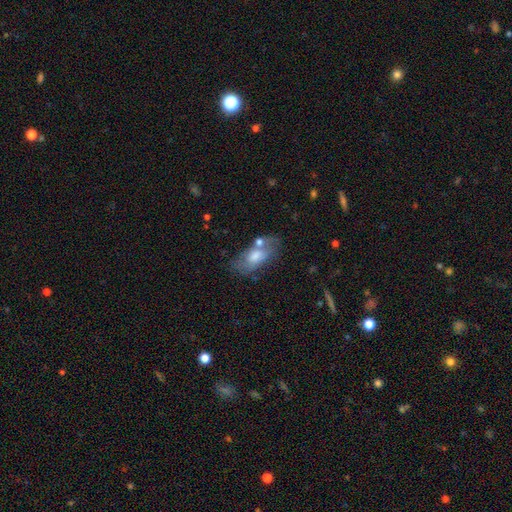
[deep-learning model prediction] Smooth or featured?
  - smooth: 58% *
  - featured or disk: 34%
  - star or artifact: 8%
How rounded?
  - in between: 85% *
  - cigar-shaped: 10%
  - round: 4%
Merging?
  - none: 57% *
  - minor disturbance: 21%
  - merger: 13%
  - major disturbance: 9%